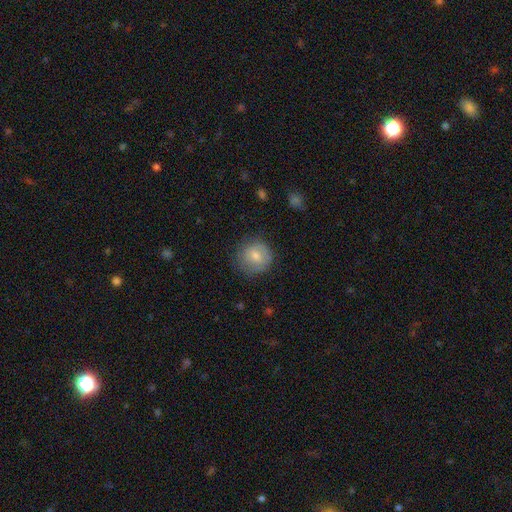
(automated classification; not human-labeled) Smooth or featured? smooth (71%)
How rounded? round (87%)
Merging? none (72%)